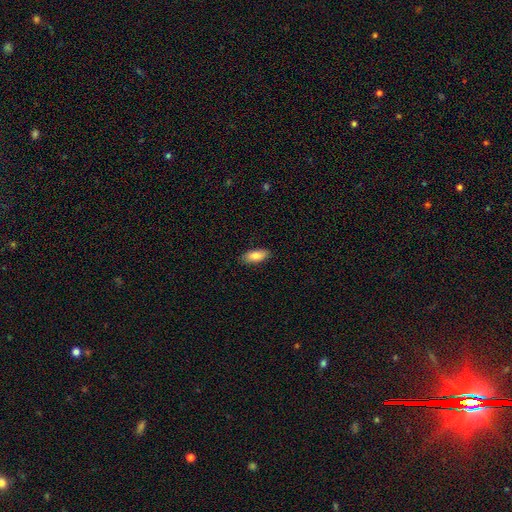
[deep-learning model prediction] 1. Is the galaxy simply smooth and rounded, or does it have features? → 83% smooth, 11% featured or disk, 6% star or artifact.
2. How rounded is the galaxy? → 83% in between, 15% cigar-shaped, 2% round.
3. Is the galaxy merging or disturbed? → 87% none, 10% minor disturbance, 2% major disturbance, 1% merger.